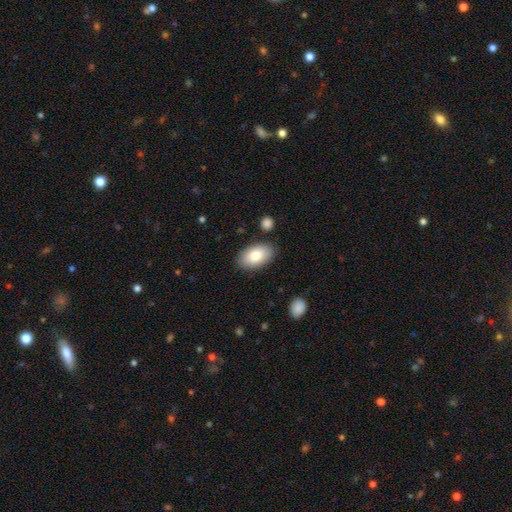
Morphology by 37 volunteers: This appears to be a smooth galaxy with no disk features (81%) that is in between round and cigar-shaped (90%). Merging: none (85%).